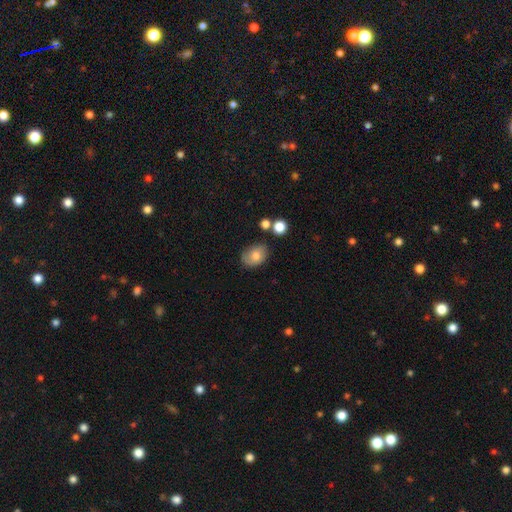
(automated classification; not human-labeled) smooth_or_featured: smooth (p=0.72) [alt: featured or disk p=0.19]
how_rounded: in between (p=0.71) [alt: round p=0.28]
merging: none (p=0.67) [alt: minor disturbance p=0.22]